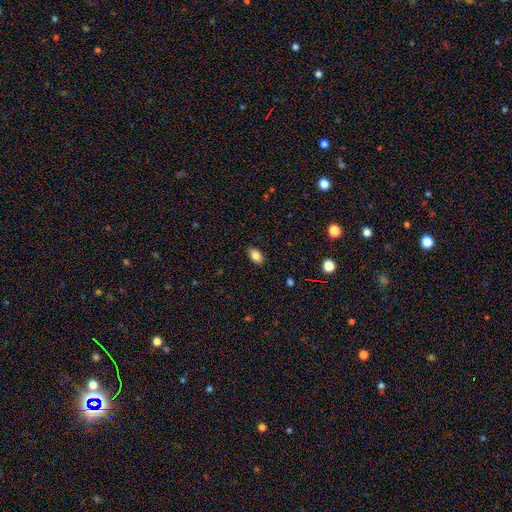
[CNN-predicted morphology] This is clearly a smooth galaxy (84%). How rounded: clearly in between (88%). Merging: clearly none (87%).